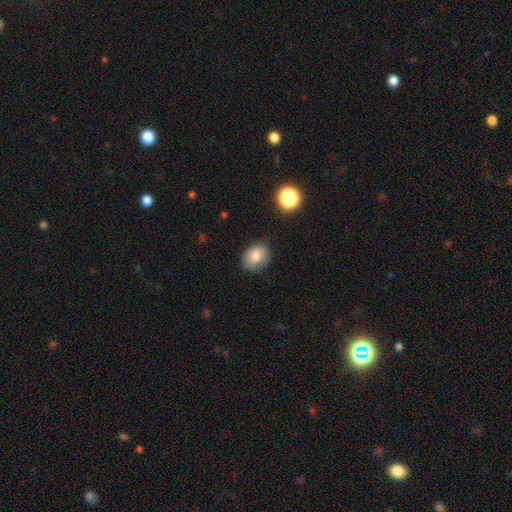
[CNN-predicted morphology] Q: Smooth or featured?
A: smooth (78%); runner-up: featured or disk (12%)
Q: How rounded?
A: in between (52%); runner-up: round (47%)
Q: Merging?
A: none (80%); runner-up: minor disturbance (15%)